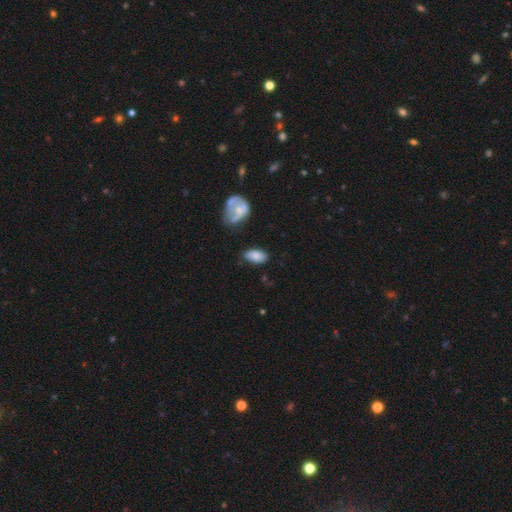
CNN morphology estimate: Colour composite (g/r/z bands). It shows a smooth galaxy with no disk features (79%) that is in between round and cigar-shaped (93%). Merging: none (67%).